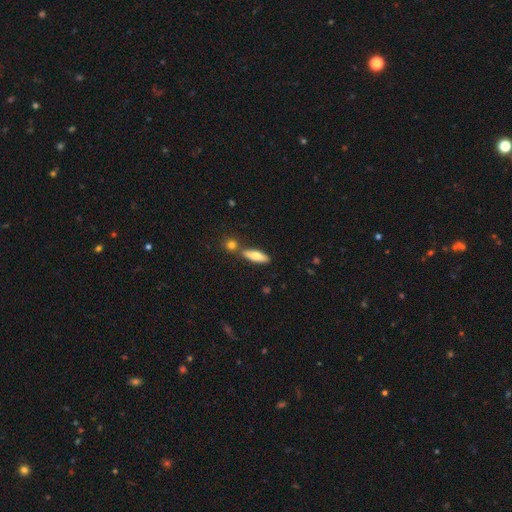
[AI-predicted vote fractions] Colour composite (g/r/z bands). It shows a smooth galaxy with no disk features (70%) that is cigar-shaped (52%). Merging: none (73%).